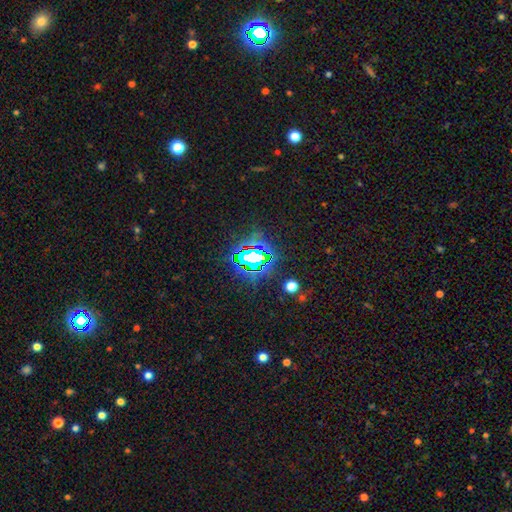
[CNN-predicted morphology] star or artifact 75%, smooth 14%, featured or disk 11%.